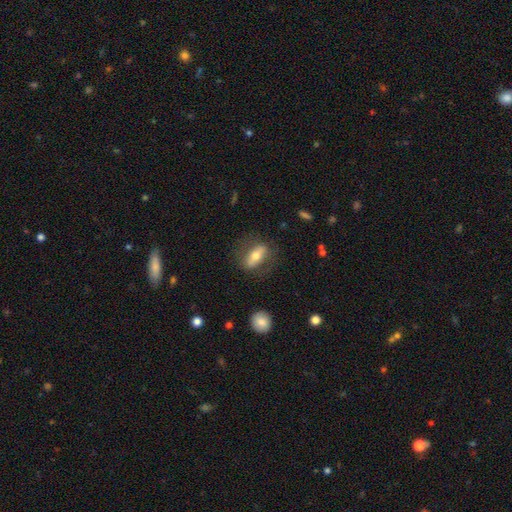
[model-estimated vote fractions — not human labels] Smooth or featured: smooth — 52% (featured or disk — 41%)
How rounded: in between — 68% (cigar-shaped — 26%)
Merging: none — 74% (minor disturbance — 15%)